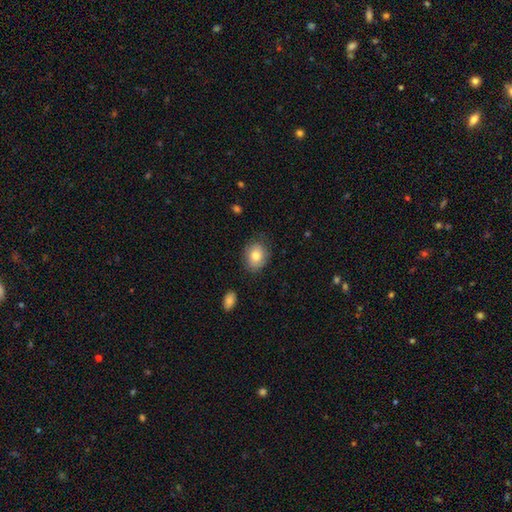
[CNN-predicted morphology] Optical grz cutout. It shows a smooth galaxy with no disk features (78%) that is round (53%). Merging: none (77%).